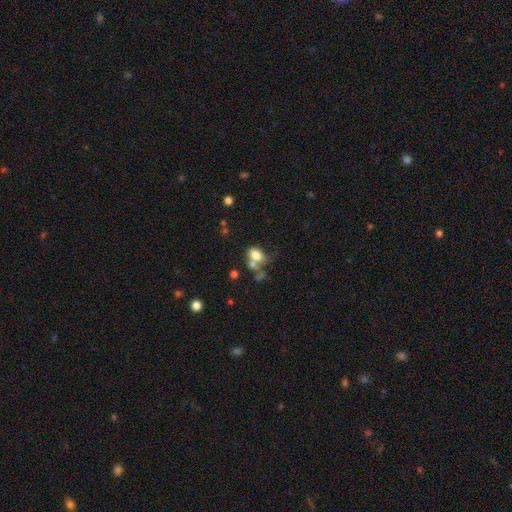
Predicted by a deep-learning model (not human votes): A smooth galaxy with no disk features (75%) that is in between round and cigar-shaped (76%). Merging: merger (40%).